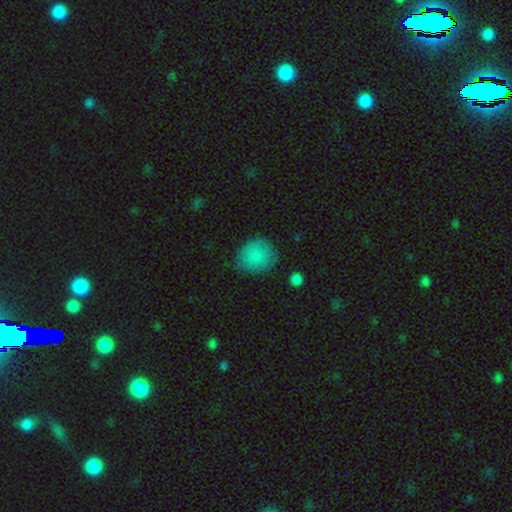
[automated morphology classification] Smooth or featured? smooth (84%)
How rounded? round (76%)
Merging? none (72%)